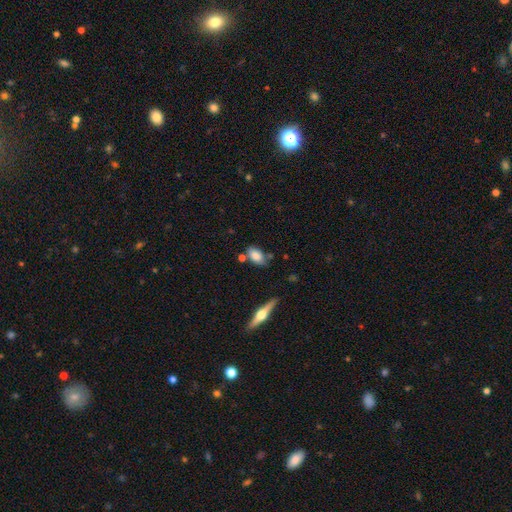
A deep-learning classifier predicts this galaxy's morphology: A smooth galaxy with no disk features (78%) that is in between round and cigar-shaped (88%).

Vote fractions:
- Smooth or featured? smooth: 78% / featured or disk: 15% / star or artifact: 7%
- How rounded? in between: 88% / round: 7% / cigar-shaped: 5%
- Merging? none: 68% / minor disturbance: 19% / merger: 9% / major disturbance: 5%